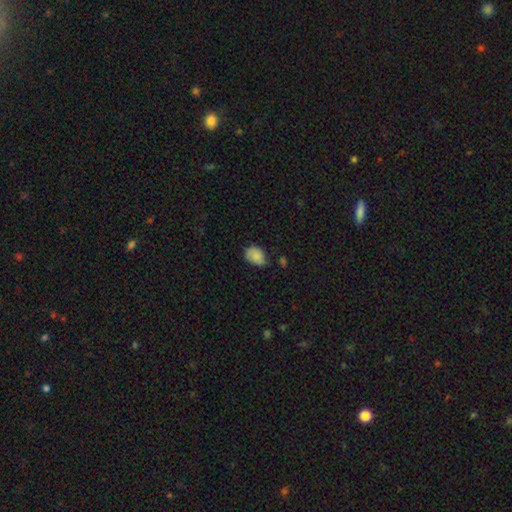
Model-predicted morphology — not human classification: smooth 83%, featured or disk 9%, star or artifact 8%. Down the decision tree: how rounded — in between (72%); merging — none (56%).